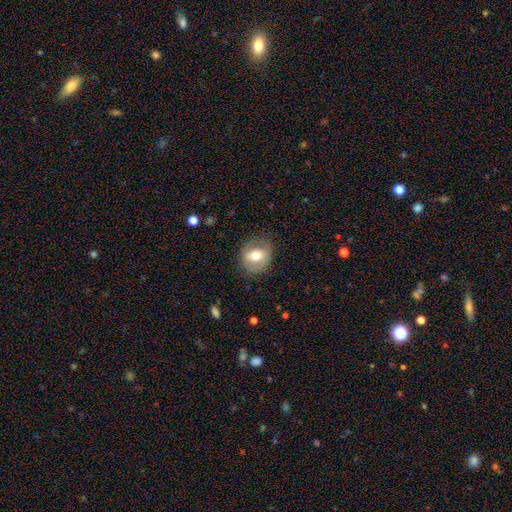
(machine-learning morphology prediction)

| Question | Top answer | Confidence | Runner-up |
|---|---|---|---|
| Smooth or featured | smooth | 60% | featured or disk (32%) |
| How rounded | round | 66% | in between (33%) |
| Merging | none | 75% | minor disturbance (18%) |